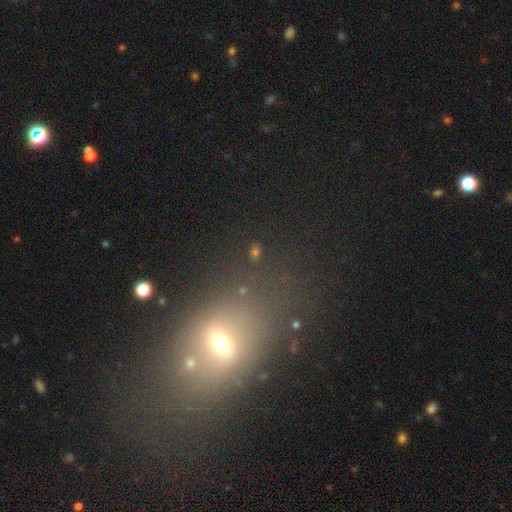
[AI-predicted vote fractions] This is marginally a smooth galaxy (43%). Merging: likely none (62%).